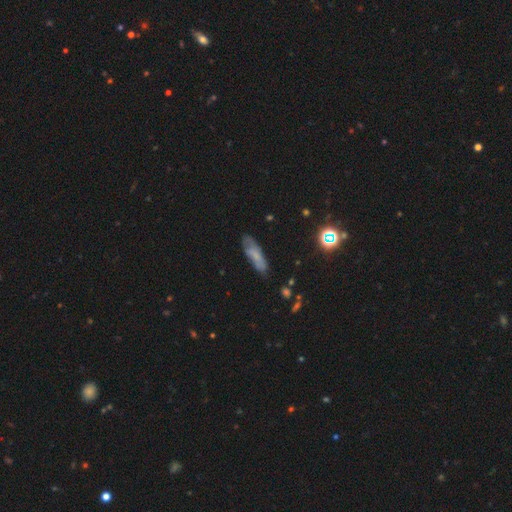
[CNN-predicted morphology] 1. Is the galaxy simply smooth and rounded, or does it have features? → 59% smooth, 30% featured or disk, 11% star or artifact.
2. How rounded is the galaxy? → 57% cigar-shaped, 40% in between, 3% round.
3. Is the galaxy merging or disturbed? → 71% none, 21% minor disturbance, 6% major disturbance, 3% merger.